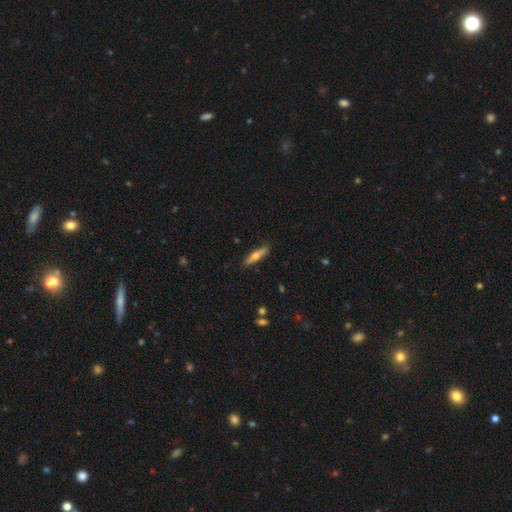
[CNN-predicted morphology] This is possibly a smooth galaxy (52%). How rounded: likely cigar-shaped (78%). Merging: clearly none (85%).